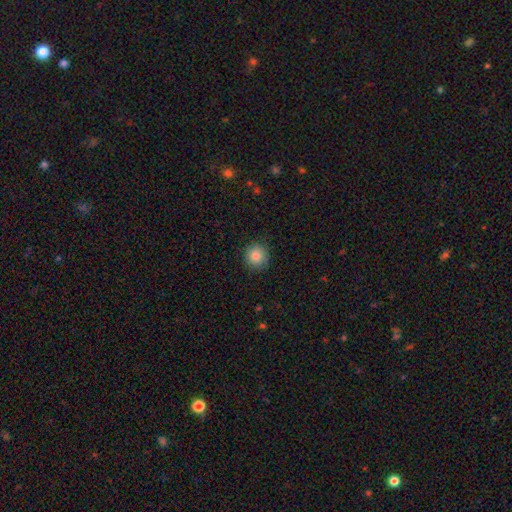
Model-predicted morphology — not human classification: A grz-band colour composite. It shows a smooth galaxy with no disk features (85%) that is round (91%). Merging: none (88%).